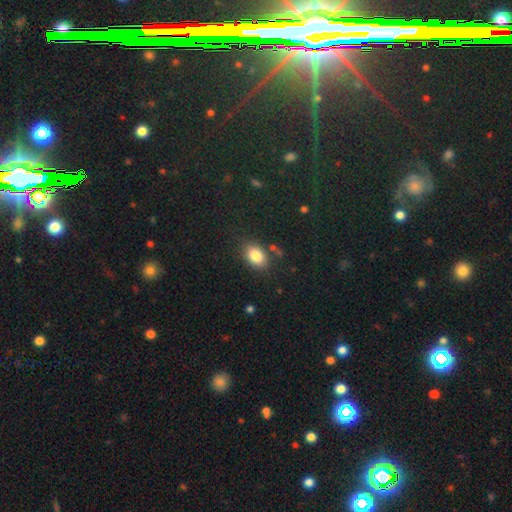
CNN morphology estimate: type=smooth (84%); roundness=in between (82%); merging=none (81%).